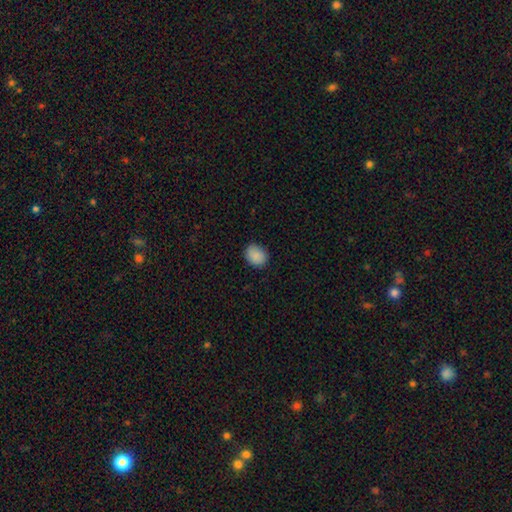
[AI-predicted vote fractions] smooth-or-featured: smooth: 89% | star or artifact: 8% | featured or disk: 3%
  how-rounded: in between: 52% | round: 48% | cigar-shaped: 1%
  merging: none: 84% | minor disturbance: 13% | major disturbance: 2% | merger: 1%